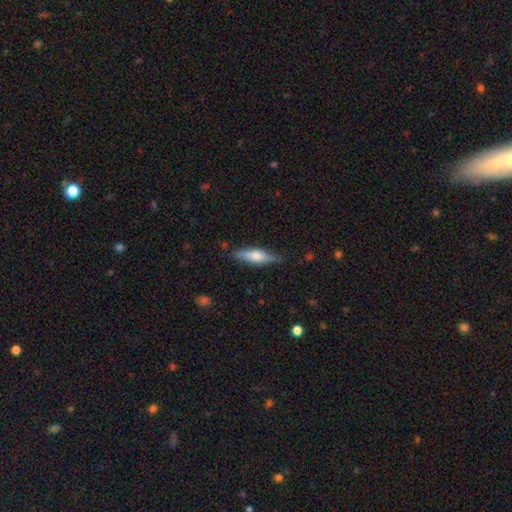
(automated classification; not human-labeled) Smooth or featured? featured or disk (53%)
Edge-on disk? yes (94%)
Edge-on bulge? rounded (81%)
Merging? none (83%)